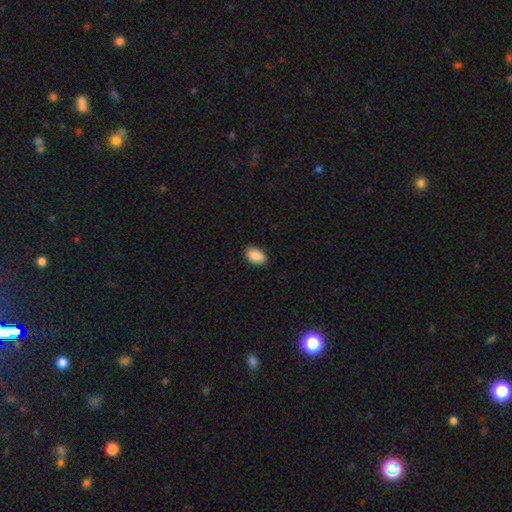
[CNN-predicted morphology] The model was most divided on "merging": none: 87%, minor disturbance: 10%, major disturbance: 2%, merger: 1%. More confident: how rounded — in between (92%); smooth or featured — smooth (90%).